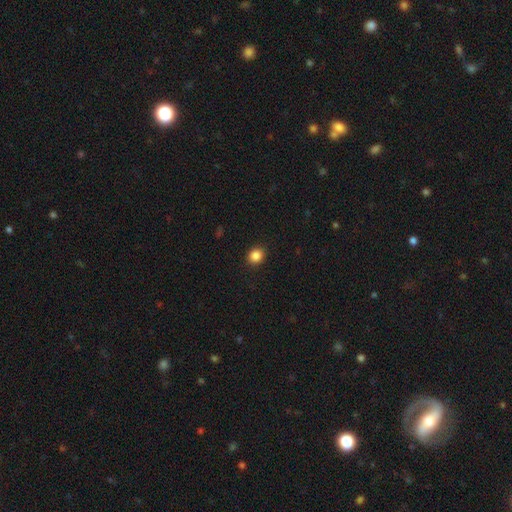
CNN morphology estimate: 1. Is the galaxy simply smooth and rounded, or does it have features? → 86% smooth, 10% star or artifact, 3% featured or disk.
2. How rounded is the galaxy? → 74% round, 25% in between, 1% cigar-shaped.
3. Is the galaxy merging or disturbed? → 91% none, 6% minor disturbance, 2% major disturbance, 1% merger.